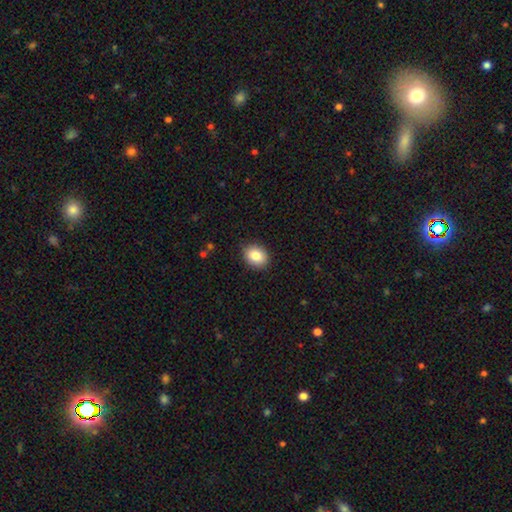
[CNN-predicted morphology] Smooth or featured? Predicted: smooth (p=0.85). How rounded? Predicted: in between (p=0.55). Merging? Predicted: none (p=0.89).